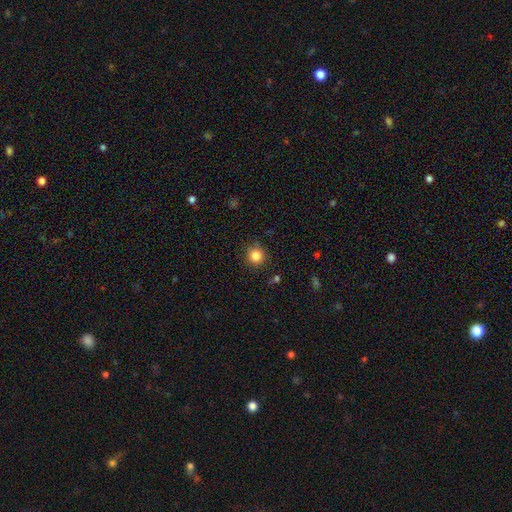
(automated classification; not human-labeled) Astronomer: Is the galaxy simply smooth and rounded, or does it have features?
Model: smooth — 84%.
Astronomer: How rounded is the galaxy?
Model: round — 93%.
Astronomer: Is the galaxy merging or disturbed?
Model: none — 87%.